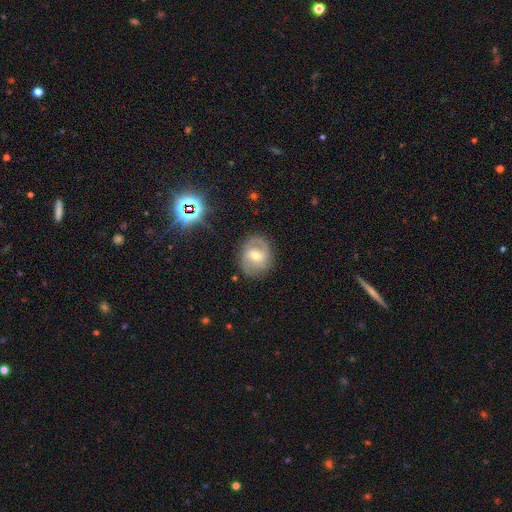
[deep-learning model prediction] smooth_or_featured: featured or disk (p=0.71) [alt: smooth p=0.22]
disk_edge_on: no (p=0.97) [alt: yes p=0.03]
bar: weak (p=0.50) [alt: no p=0.29]
has_spiral_arms: yes (p=0.86) [alt: no p=0.14]
spiral_winding: medium (p=0.47) [alt: tight p=0.36]
spiral_arm_count: 2 (p=0.81) [alt: can't tell p=0.11]
bulge_size: moderate (p=0.59) [alt: small p=0.36]
merging: none (p=0.79) [alt: minor disturbance p=0.14]